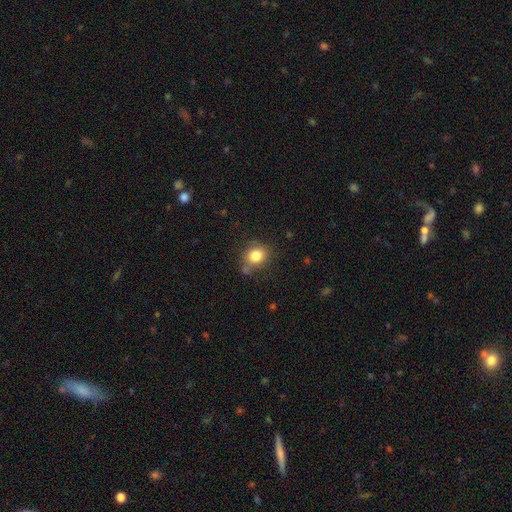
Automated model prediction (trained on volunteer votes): Smooth or featured? smooth (81%)
How rounded? round (72%)
Merging? none (75%)